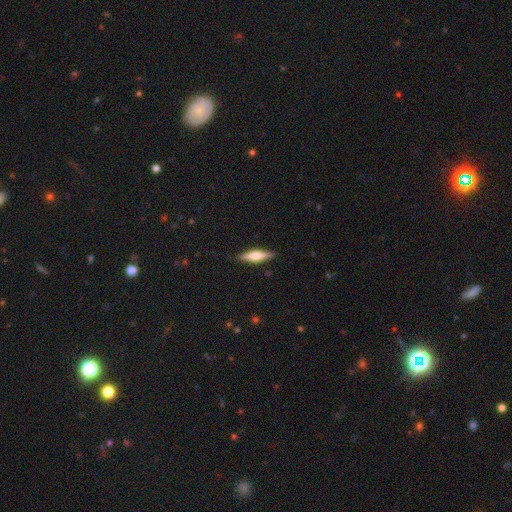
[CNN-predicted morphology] Overall: featured or disk (47%, tied with smooth). Merging: none (88%).